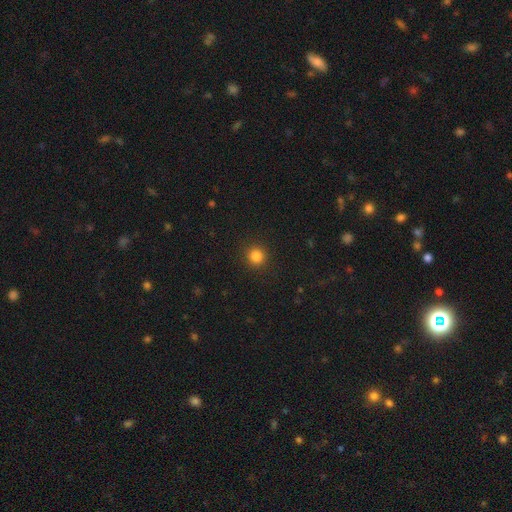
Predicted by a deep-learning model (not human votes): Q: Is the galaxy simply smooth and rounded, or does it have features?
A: smooth — 83%.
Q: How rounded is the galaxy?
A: round — 93%.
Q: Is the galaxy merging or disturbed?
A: none — 91%.